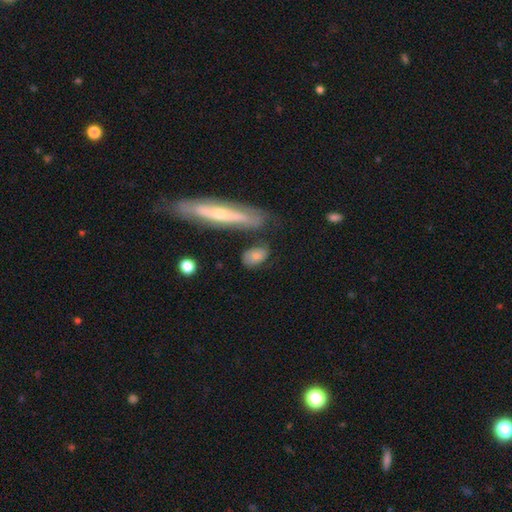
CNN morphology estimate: A smooth galaxy with no disk features (69%) that is in between round and cigar-shaped (79%). Merging: none (61%).